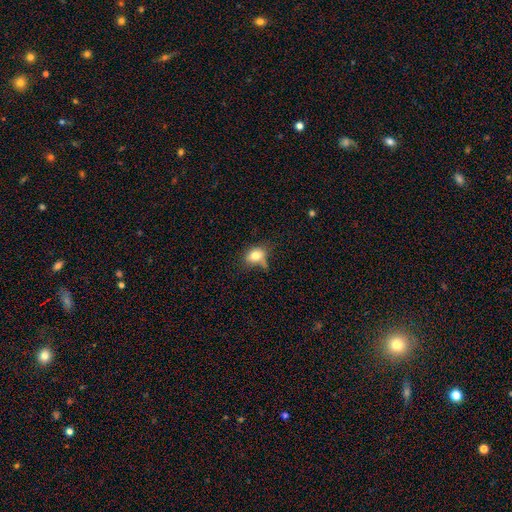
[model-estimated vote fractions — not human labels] Morphology: type=smooth (77%); roundness=in between (66%); merging=none (45%).